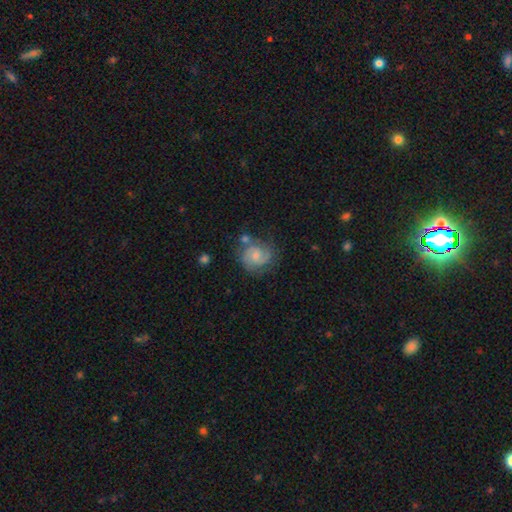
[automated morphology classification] This is likely a featured or disk galaxy (76%). It is clearly not viewed edge-on (98%). Bar: possibly no (55%). Spiral arm pattern: clearly yes (95%). Spiral arm count: clearly 2 (81%). Spiral winding: possibly medium (46%). Central bulge: possibly small (47%). Merging: likely none (64%).